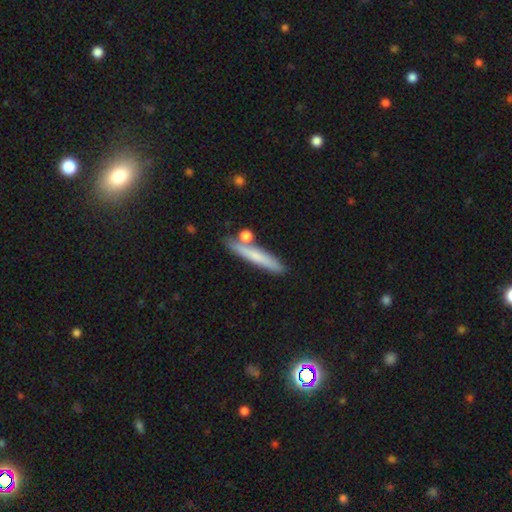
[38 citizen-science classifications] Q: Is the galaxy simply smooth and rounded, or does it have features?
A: smooth — 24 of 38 (63%).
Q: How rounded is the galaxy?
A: cigar-shaped — 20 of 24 (83%).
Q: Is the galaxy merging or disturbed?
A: none — 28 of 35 (80%).